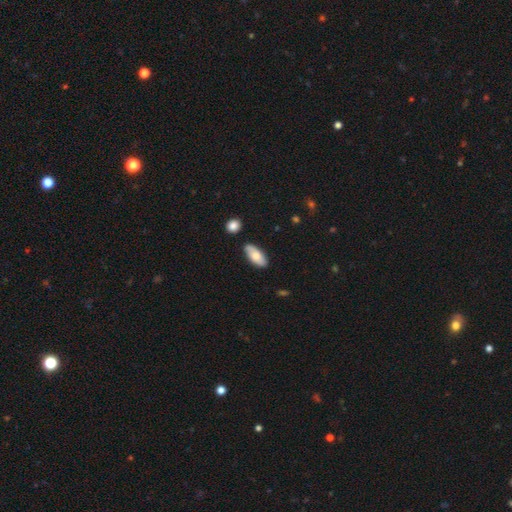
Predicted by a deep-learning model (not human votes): This is likely a smooth galaxy (74%). How rounded: clearly in between (87%). Merging: likely none (77%).